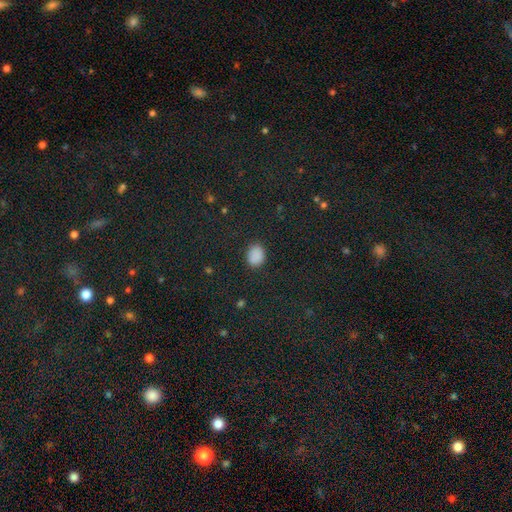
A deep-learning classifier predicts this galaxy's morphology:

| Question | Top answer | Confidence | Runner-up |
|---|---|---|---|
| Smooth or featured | smooth | 84% | star or artifact (12%) |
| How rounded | in between | 58% | round (41%) |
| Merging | none | 88% | minor disturbance (8%) |